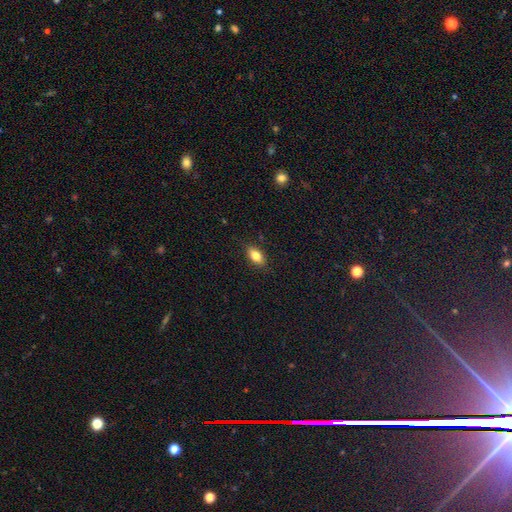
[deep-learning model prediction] Q: Smooth or featured?
A: smooth (81%); runner-up: featured or disk (11%)
Q: How rounded?
A: in between (88%); runner-up: cigar-shaped (6%)
Q: Merging?
A: none (86%); runner-up: minor disturbance (10%)